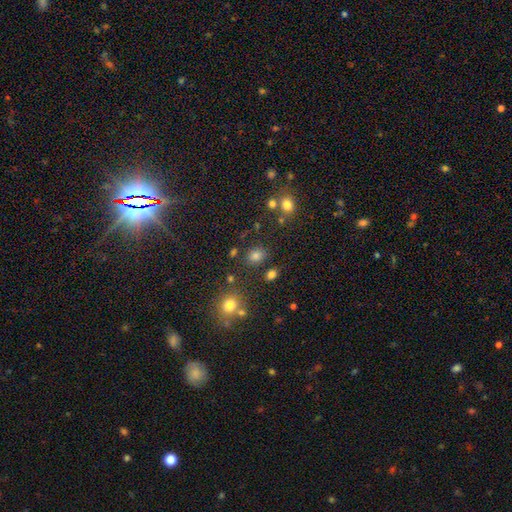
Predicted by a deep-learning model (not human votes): Q: Smooth or featured?
A: smooth (78%); runner-up: star or artifact (16%)
Q: How rounded?
A: round (51%); runner-up: in between (48%)
Q: Merging?
A: none (80%); runner-up: minor disturbance (10%)